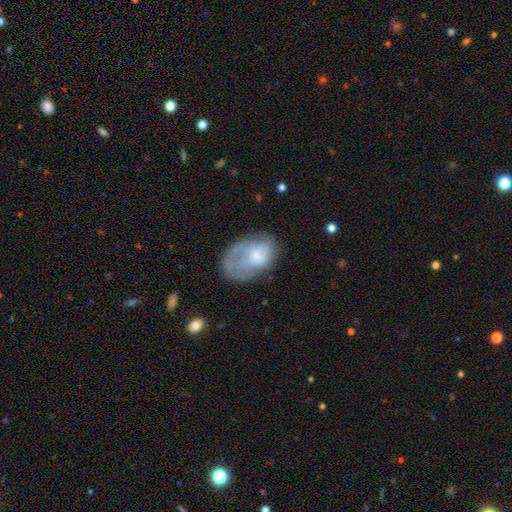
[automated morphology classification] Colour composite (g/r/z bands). It shows a smooth galaxy with no disk features (54%) that is in between round and cigar-shaped (86%). Merging: none (39%).